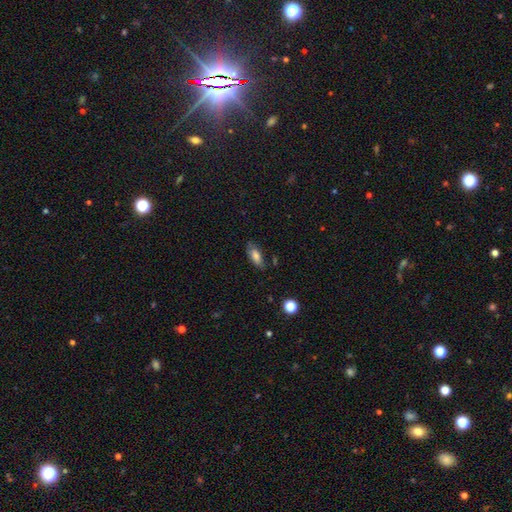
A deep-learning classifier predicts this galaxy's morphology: Smooth or featured? smooth (77%)
How rounded? in between (79%)
Merging? none (76%)